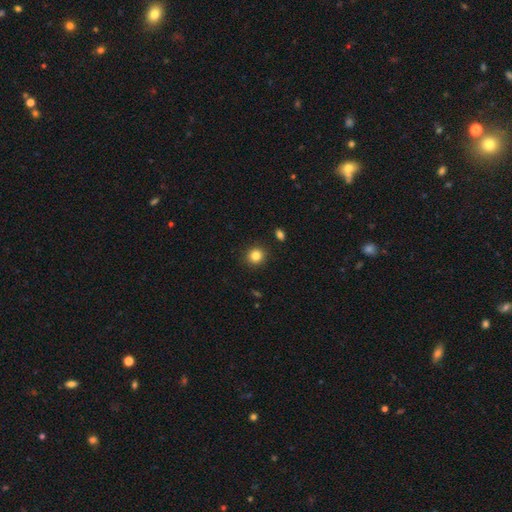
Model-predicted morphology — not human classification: Smooth or featured: smooth — 84% (star or artifact — 11%)
How rounded: round — 89% (in between — 10%)
Merging: none — 91% (minor disturbance — 6%)